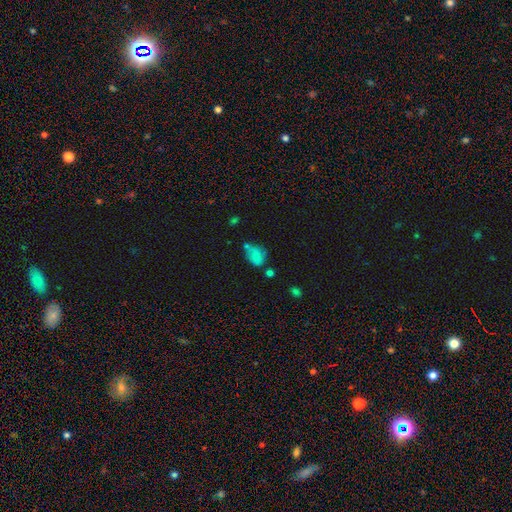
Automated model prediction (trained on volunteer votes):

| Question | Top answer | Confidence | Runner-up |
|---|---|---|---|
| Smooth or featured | smooth | 71% | featured or disk (16%) |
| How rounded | in between | 64% | round (35%) |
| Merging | none | 37% | minor disturbance (28%) |